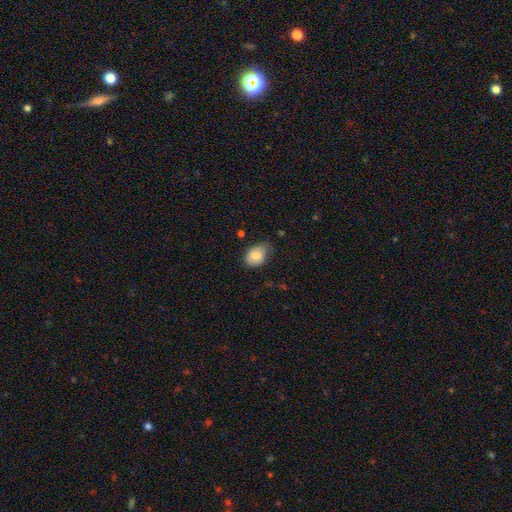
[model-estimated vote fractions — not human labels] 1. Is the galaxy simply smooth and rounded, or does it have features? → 78% smooth, 15% featured or disk, 7% star or artifact.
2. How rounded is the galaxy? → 78% in between, 21% round, 1% cigar-shaped.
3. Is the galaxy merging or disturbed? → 53% none, 36% minor disturbance, 9% major disturbance, 2% merger.